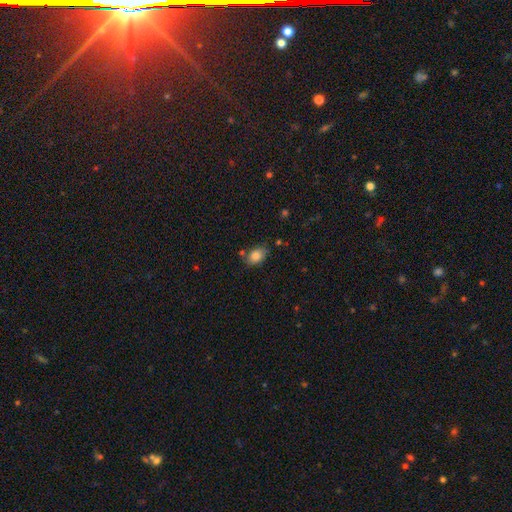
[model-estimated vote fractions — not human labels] Smooth or featured? smooth (83%)
How rounded? in between (75%)
Merging? none (66%)